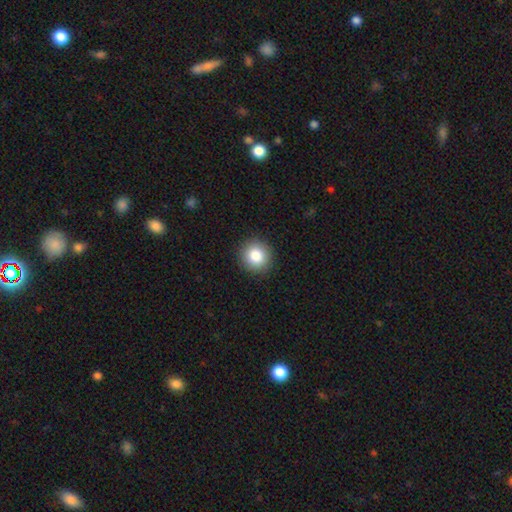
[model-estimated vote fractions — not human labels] Smooth or featured?
  - smooth: 85% *
  - star or artifact: 9%
  - featured or disk: 6%
How rounded?
  - round: 91% *
  - in between: 8%
  - cigar-shaped: 1%
Merging?
  - none: 92% *
  - minor disturbance: 6%
  - major disturbance: 2%
  - merger: 1%